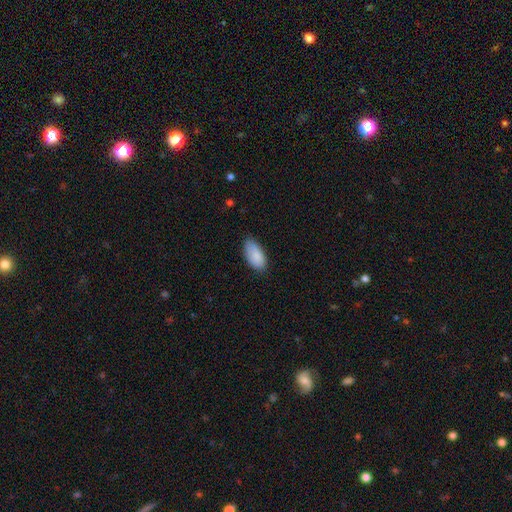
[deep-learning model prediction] A smooth galaxy with no disk features (88%) that is in between round and cigar-shaped (93%). Merging: none (73%).